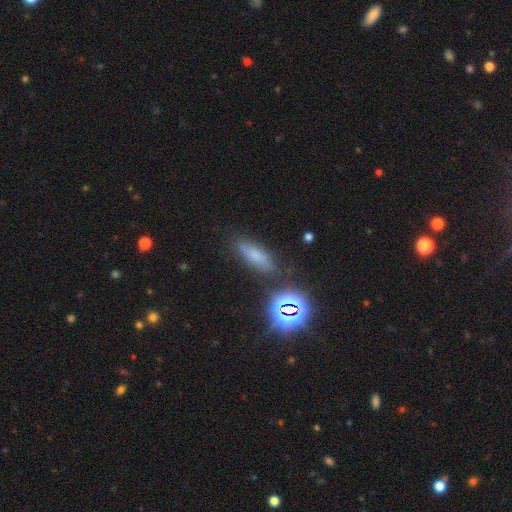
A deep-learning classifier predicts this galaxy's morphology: Overall: smooth (60%; star or artifact 24%). How rounded: in between (50%; cigar-shaped 44%). Merging: none (75%).